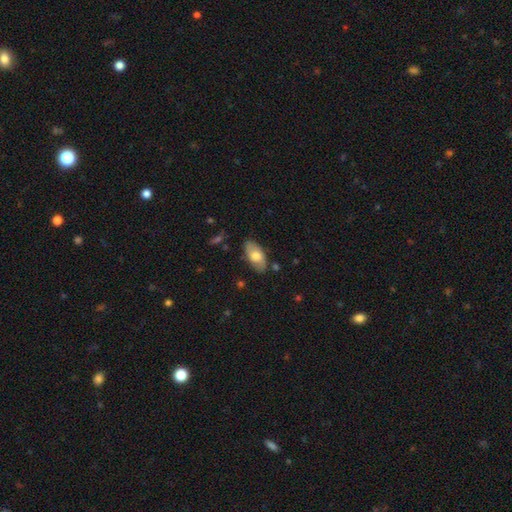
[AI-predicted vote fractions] Q: Smooth or featured?
A: smooth (68%); runner-up: featured or disk (26%)
Q: How rounded?
A: in between (93%); runner-up: cigar-shaped (4%)
Q: Merging?
A: none (81%); runner-up: minor disturbance (14%)